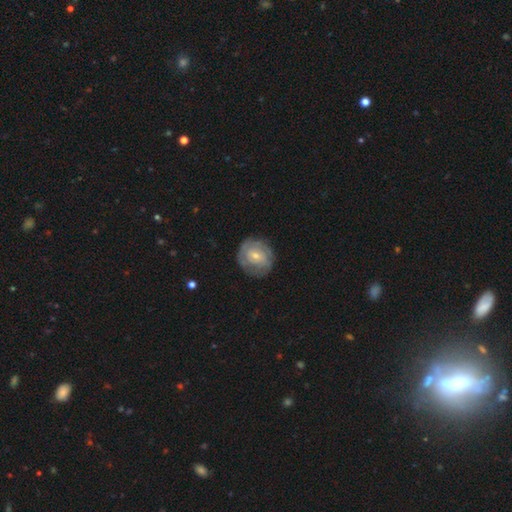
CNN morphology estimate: A featured or disk galaxy (62%) with no bar (56%), spiral arms (74%) and a small central bulge (59%).

Vote fractions:
- Smooth or featured? featured or disk: 62% / smooth: 32% / star or artifact: 6%
- Edge-on disk? no: 97% / yes: 3%
- Bar? no: 56% / weak: 37% / strong: 7%
- Spiral arms? yes: 74% / no: 26%
- Bulge size? small: 59% / moderate: 36% / large: 2% / none: 2% / dominant: 1%
- Merging? none: 76% / minor disturbance: 16% / major disturbance: 7% / merger: 1%